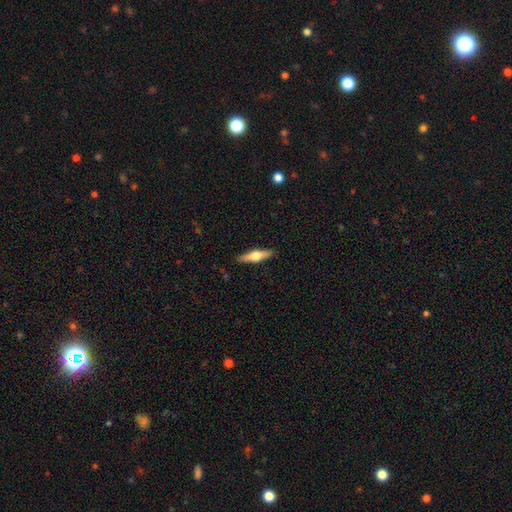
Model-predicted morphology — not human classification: Q: Smooth or featured?
A: featured or disk (58%); runner-up: smooth (37%)
Q: Edge-on disk?
A: yes (96%); runner-up: no (4%)
Q: Edge-on bulge?
A: rounded (95%); runner-up: boxy (3%)
Q: Merging?
A: none (90%); runner-up: minor disturbance (7%)